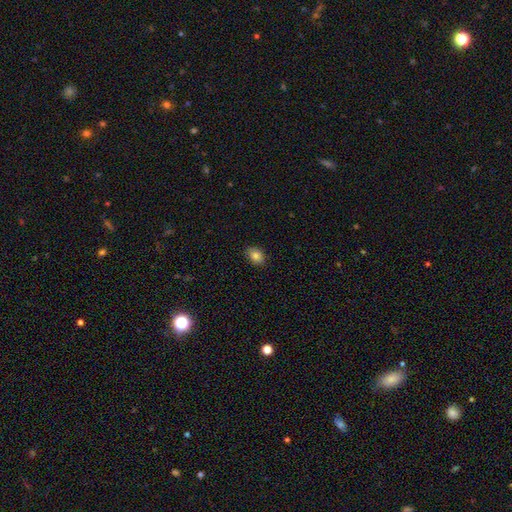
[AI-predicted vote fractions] Smooth or featured? smooth (82%)
How rounded? in between (67%)
Merging? none (86%)